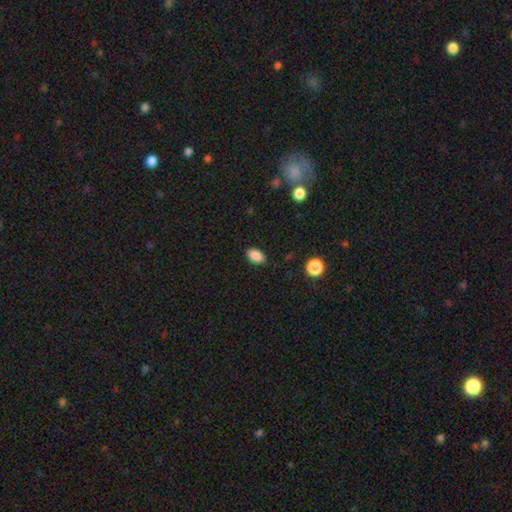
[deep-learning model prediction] This appears to be a smooth galaxy with no disk features (87%) that is in between round and cigar-shaped (87%). Merging: none (85%).